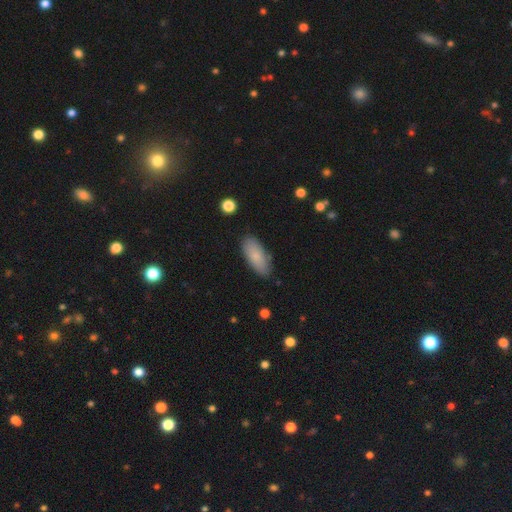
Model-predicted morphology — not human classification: smooth_or_featured: smooth (p=0.83) [alt: featured or disk p=0.11]
how_rounded: in between (p=0.83) [alt: cigar-shaped p=0.15]
merging: none (p=0.82) [alt: minor disturbance p=0.14]